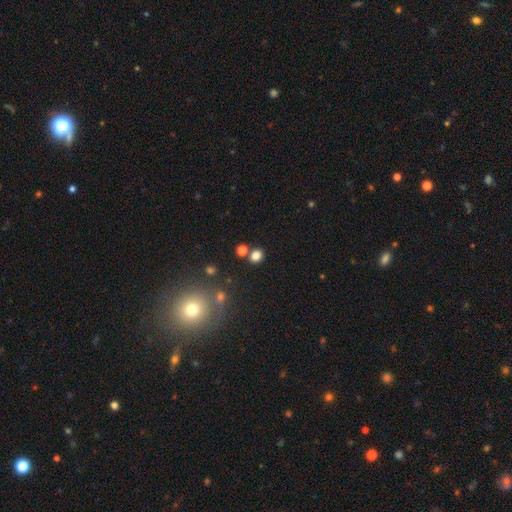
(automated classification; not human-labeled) The model was most divided on "how rounded": round: 62%, in between: 37%, cigar-shaped: 1%. More confident: smooth or featured — smooth (79%); merging — none (75%).